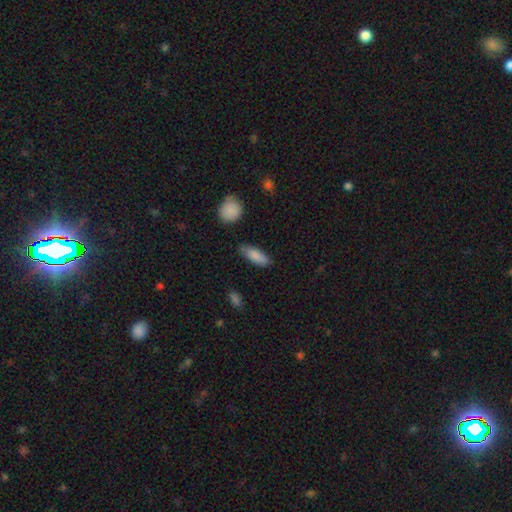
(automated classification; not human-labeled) Overall: smooth (84%). How rounded: in between (66%; cigar-shaped 32%). Merging: none (78%).